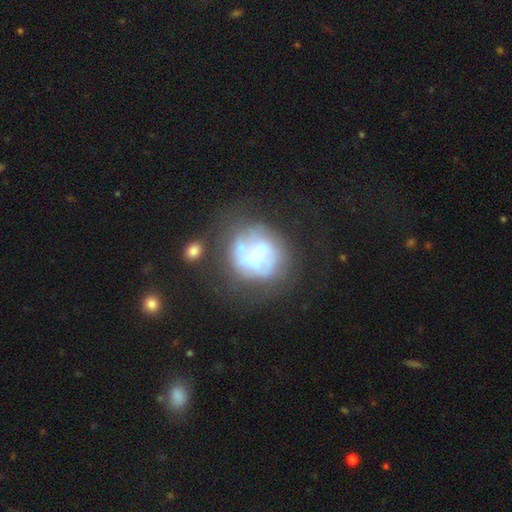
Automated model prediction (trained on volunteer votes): Smooth or featured?
  - featured or disk: 59% *
  - smooth: 31%
  - star or artifact: 9%
Edge-on disk?
  - no: 98% *
  - yes: 2%
Bar?
  - no: 61% *
  - weak: 28%
  - strong: 11%
Spiral arms?
  - no: 58% *
  - yes: 42%
Bulge size?
  - small: 43% *
  - moderate: 24%
  - none: 22%
  - large: 8%
  - dominant: 3%
Merging?
  - none: 47% *
  - major disturbance: 22%
  - minor disturbance: 20%
  - merger: 10%